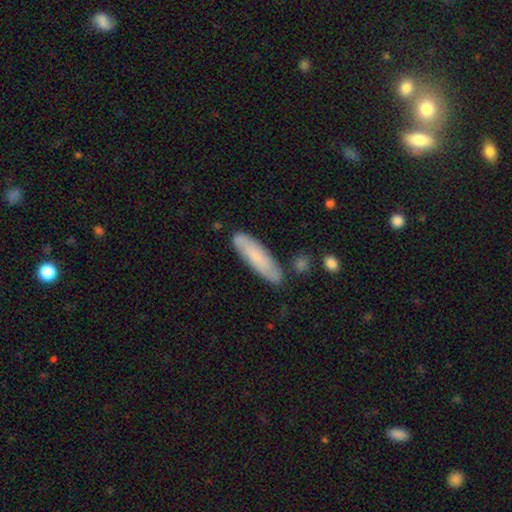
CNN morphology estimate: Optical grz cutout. It shows a smooth galaxy with no disk features (66%) that is cigar-shaped (72%). Merging: none (78%).